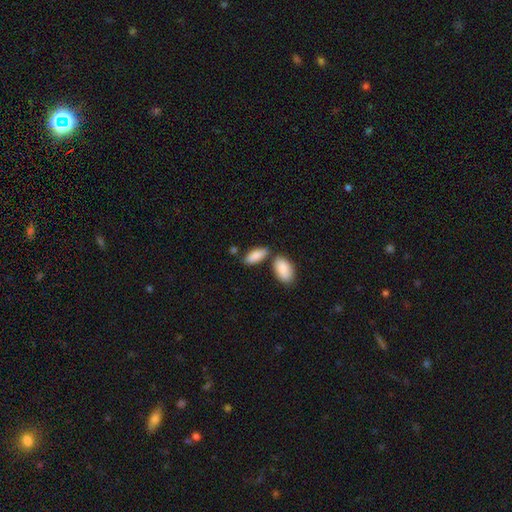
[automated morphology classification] Smooth or featured?
  - smooth: 87% *
  - featured or disk: 7%
  - star or artifact: 6%
How rounded?
  - in between: 84% *
  - cigar-shaped: 14%
  - round: 3%
Merging?
  - none: 60% *
  - merger: 23%
  - minor disturbance: 14%
  - major disturbance: 4%